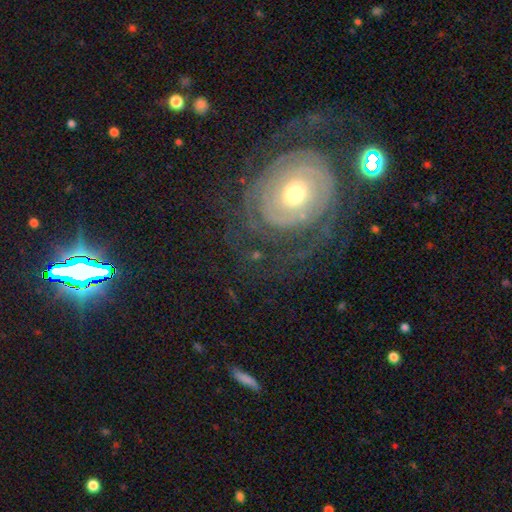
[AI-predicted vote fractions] smooth-or-featured: featured or disk: 78% | smooth: 13% | star or artifact: 9%
  disk-edge-on: no: 96% | yes: 4%
    bar: no: 76% | weak: 17% | strong: 7%
    has-spiral-arms: yes: 86% | no: 14%
      spiral-winding: tight: 70% | medium: 20% | loose: 10%
      spiral-arm-count: can't tell: 38% | 2: 24% | 3: 13% | 4: 9% | 1: 8% | more than 4: 8%
    bulge-size: moderate: 60% | small: 31% | large: 6% | dominant: 2% | none: 1%
  merging: none: 67% | major disturbance: 15% | minor disturbance: 15% | merger: 3%